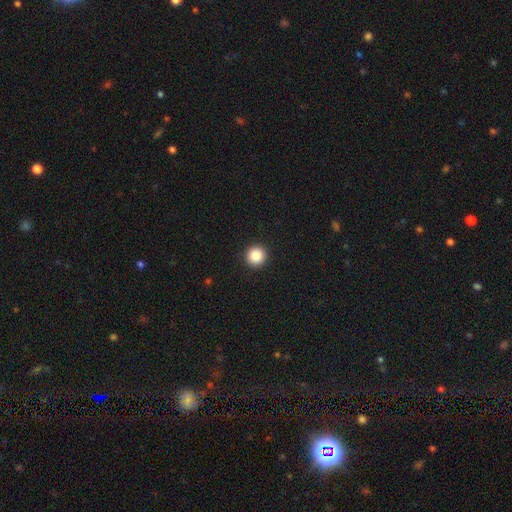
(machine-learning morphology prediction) smooth 86%, star or artifact 10%, featured or disk 5%. Down the decision tree: how rounded — round (95%); merging — none (93%).